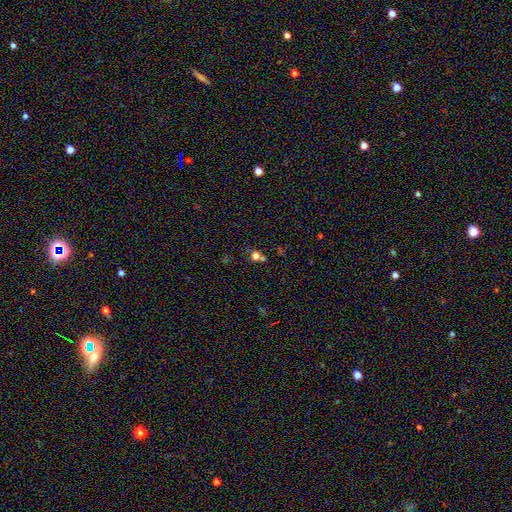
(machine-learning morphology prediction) Smooth or featured: smooth — 68% (star or artifact — 22%)
How rounded: round — 78% (in between — 20%)
Merging: none — 57% (merger — 26%)